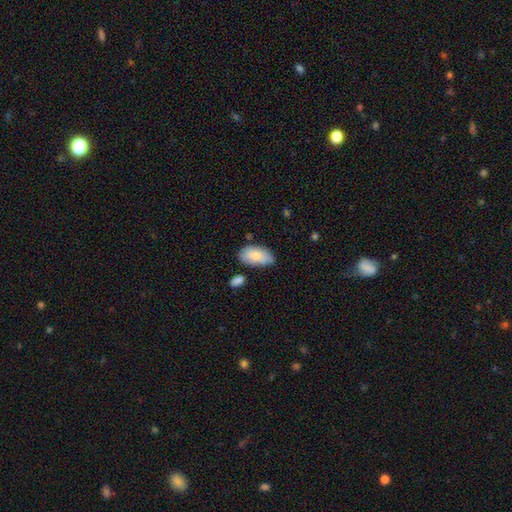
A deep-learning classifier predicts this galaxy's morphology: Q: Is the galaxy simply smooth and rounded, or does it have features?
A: smooth — 78%.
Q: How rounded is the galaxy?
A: in between — 95%.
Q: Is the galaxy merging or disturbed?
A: none — 66%.